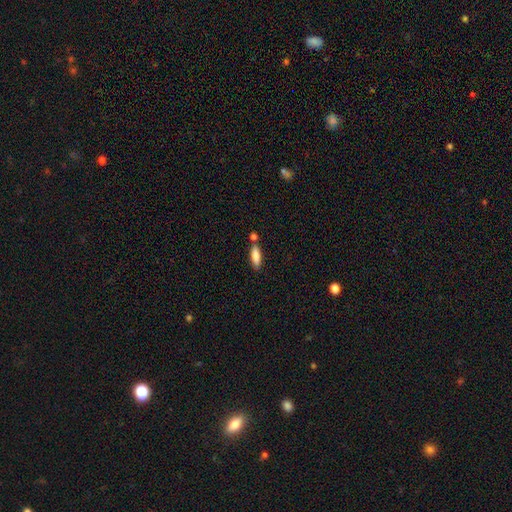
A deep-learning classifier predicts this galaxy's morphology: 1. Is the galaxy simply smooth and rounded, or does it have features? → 81% smooth, 12% featured or disk, 7% star or artifact.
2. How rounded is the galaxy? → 50% in between, 47% cigar-shaped, 2% round.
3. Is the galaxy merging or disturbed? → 71% none, 14% merger, 12% minor disturbance, 3% major disturbance.